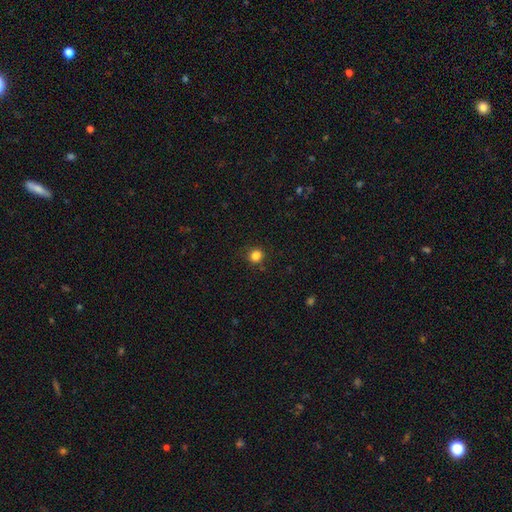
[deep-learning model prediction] smooth-or-featured: smooth: 84% | star or artifact: 12% | featured or disk: 4%
  how-rounded: round: 89% | in between: 10% | cigar-shaped: 1%
  merging: none: 86% | minor disturbance: 10% | major disturbance: 3% | merger: 2%